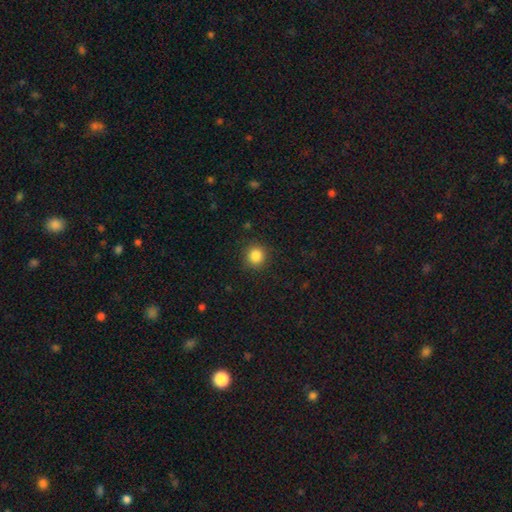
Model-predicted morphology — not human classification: The model was most divided on "smooth or featured": smooth: 85%, star or artifact: 11%, featured or disk: 4%. More confident: how rounded — round (91%); merging — none (89%).